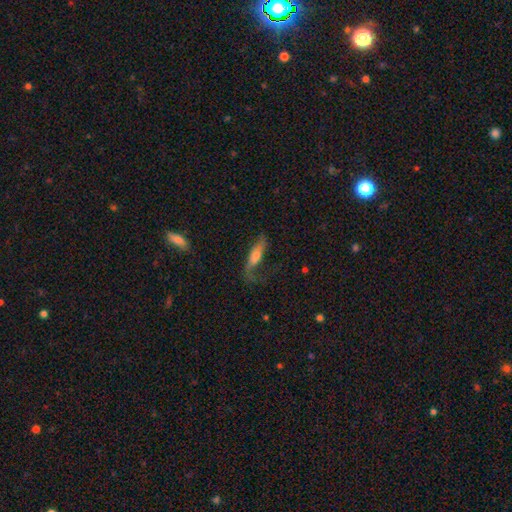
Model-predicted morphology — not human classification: Overall: smooth (46%, tied with featured or disk). Merging: none (45%; major disturbance 29%).